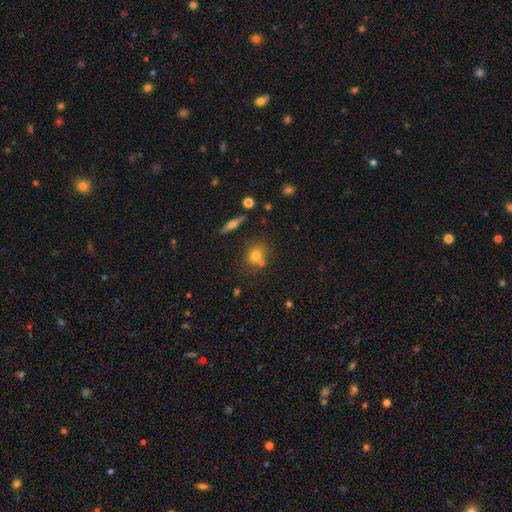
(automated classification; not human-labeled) This appears to be a smooth galaxy with no disk features (72%) that is round (64%). Merging: none (63%).